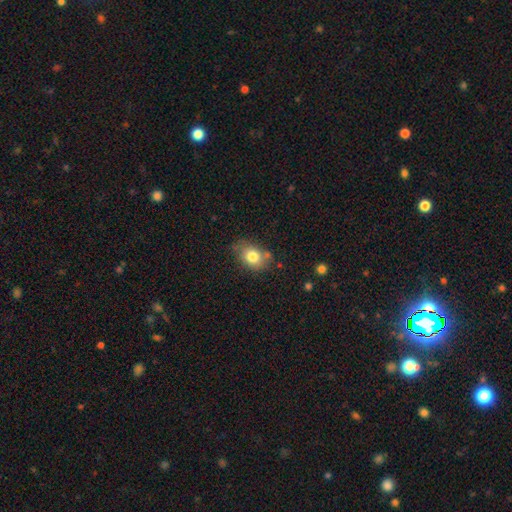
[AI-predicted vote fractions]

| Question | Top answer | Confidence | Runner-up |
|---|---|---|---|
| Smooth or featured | smooth | 52% | star or artifact (35%) |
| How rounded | in between | 60% | round (38%) |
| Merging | none | 85% | minor disturbance (10%) |